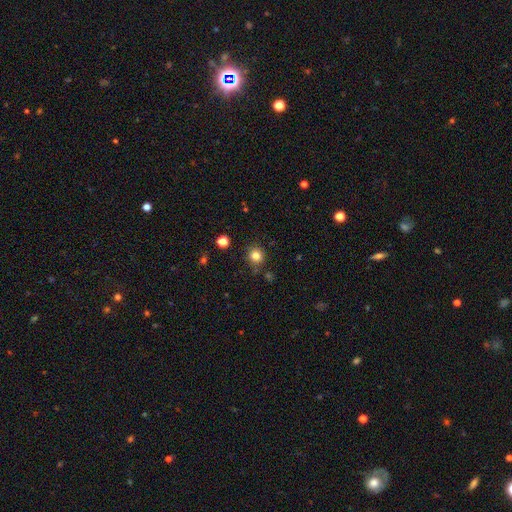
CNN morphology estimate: Q: Smooth or featured?
A: smooth (82%); runner-up: star or artifact (13%)
Q: How rounded?
A: round (90%); runner-up: in between (9%)
Q: Merging?
A: none (85%); runner-up: minor disturbance (9%)